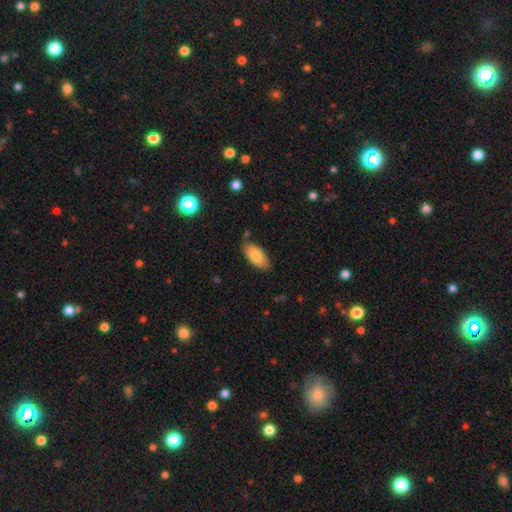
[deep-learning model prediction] Smooth or featured?
  - smooth: 78% *
  - featured or disk: 15%
  - star or artifact: 7%
How rounded?
  - in between: 90% *
  - cigar-shaped: 8%
  - round: 2%
Merging?
  - none: 78% *
  - minor disturbance: 17%
  - merger: 3%
  - major disturbance: 3%